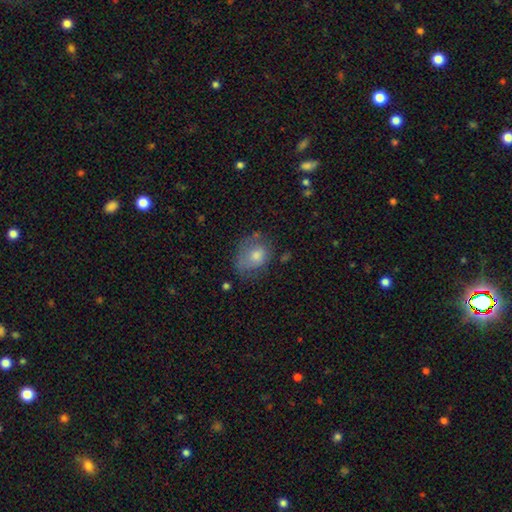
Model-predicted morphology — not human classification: Smooth or featured?
  - smooth: 64% *
  - featured or disk: 26%
  - star or artifact: 10%
How rounded?
  - in between: 50% *
  - round: 49%
  - cigar-shaped: 1%
Merging?
  - none: 52% *
  - minor disturbance: 29%
  - major disturbance: 16%
  - merger: 3%